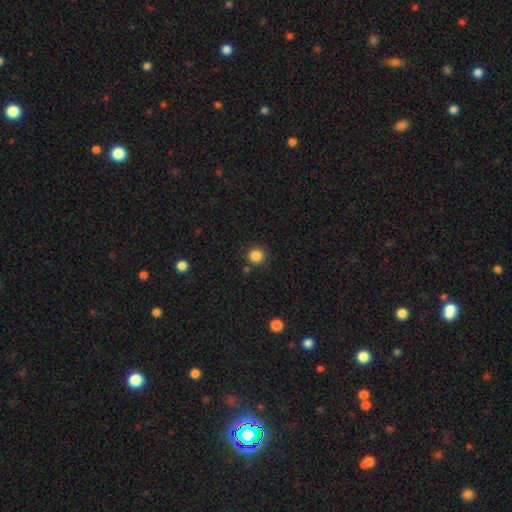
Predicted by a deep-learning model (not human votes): A smooth galaxy with no disk features (85%) that is round (94%).

Vote fractions:
- Smooth or featured? smooth: 85% / star or artifact: 11% / featured or disk: 4%
- How rounded? round: 94% / in between: 5% / cigar-shaped: 1%
- Merging? none: 86% / minor disturbance: 8% / merger: 4% / major disturbance: 2%